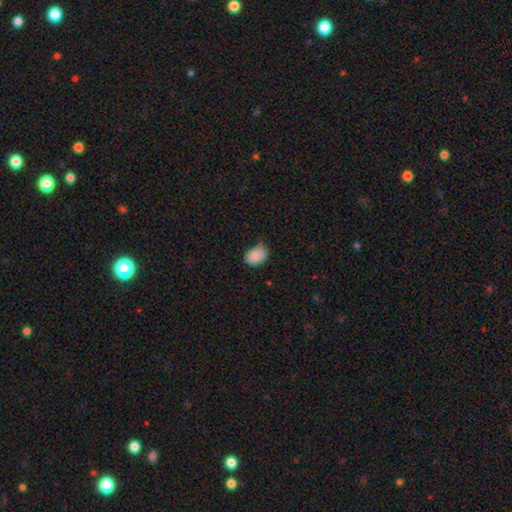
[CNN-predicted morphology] type=smooth (88%); roundness=in between (76%); merging=none (58%).